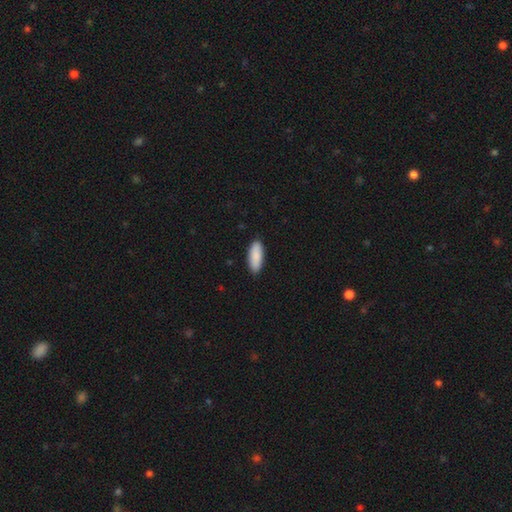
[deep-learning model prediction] Morphology: type=smooth (90%); roundness=in between (75%); merging=none (90%).